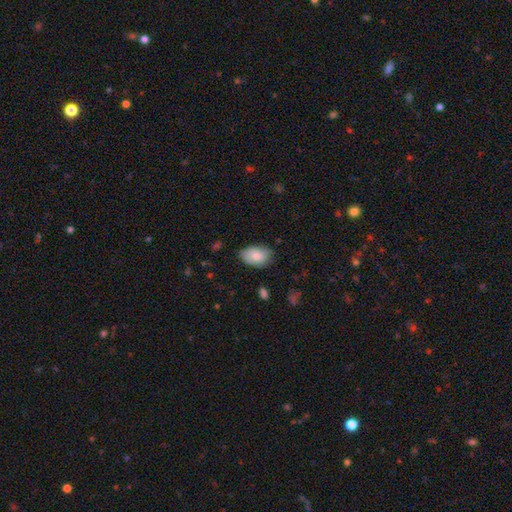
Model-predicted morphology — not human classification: A smooth galaxy with no disk features (81%) that is in between round and cigar-shaped (90%).

Vote fractions:
- Smooth or featured? smooth: 81% / featured or disk: 12% / star or artifact: 6%
- How rounded? in between: 90% / round: 9% / cigar-shaped: 1%
- Merging? none: 71% / minor disturbance: 23% / major disturbance: 4% / merger: 1%